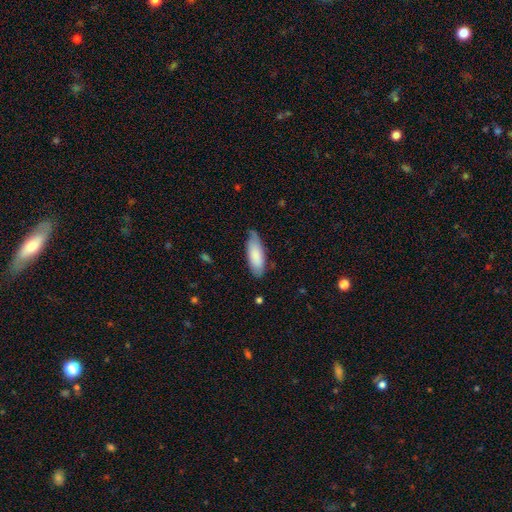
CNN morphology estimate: A smooth galaxy with no disk features (83%) that is in between round and cigar-shaped (70%). Merging: none (68%).